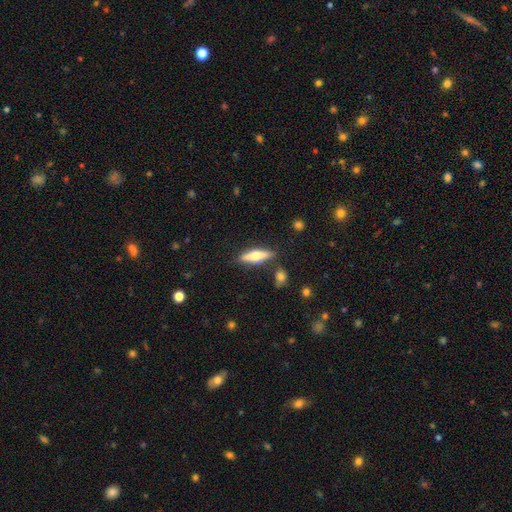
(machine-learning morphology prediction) Smooth or featured? Predicted: smooth (p=0.47). Merging? Predicted: none (p=0.81).